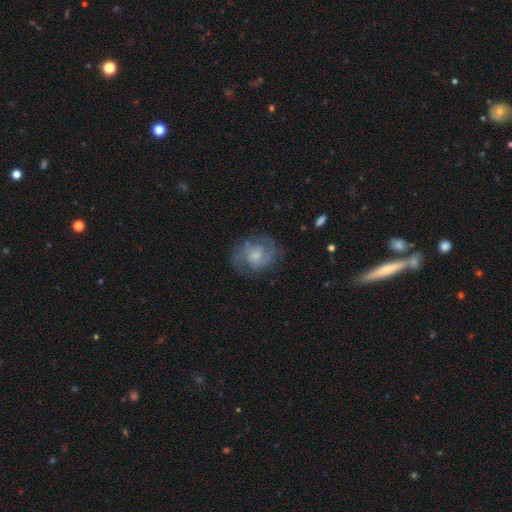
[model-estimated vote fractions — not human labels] smooth-or-featured: featured or disk: 65% | smooth: 27% | star or artifact: 8%
  disk-edge-on: no: 97% | yes: 3%
    bar: no: 58% | weak: 37% | strong: 5%
    has-spiral-arms: yes: 88% | no: 12%
      spiral-winding: medium: 48% | tight: 32% | loose: 20%
      spiral-arm-count: 2: 64% | can't tell: 20% | 3: 7% | 1: 3% | 4: 3% | more than 4: 2%
    bulge-size: small: 51% | moderate: 34% | none: 10% | large: 4% | dominant: 1%
  merging: none: 72% | minor disturbance: 18% | major disturbance: 9% | merger: 1%